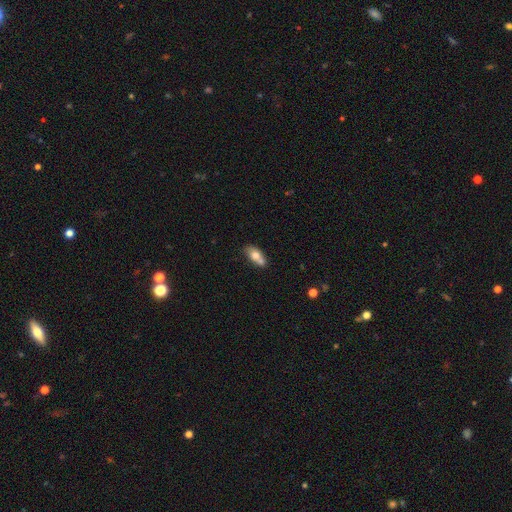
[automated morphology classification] This is likely a smooth galaxy (68%). How rounded: clearly in between (82%). Merging: marginally none (44%).